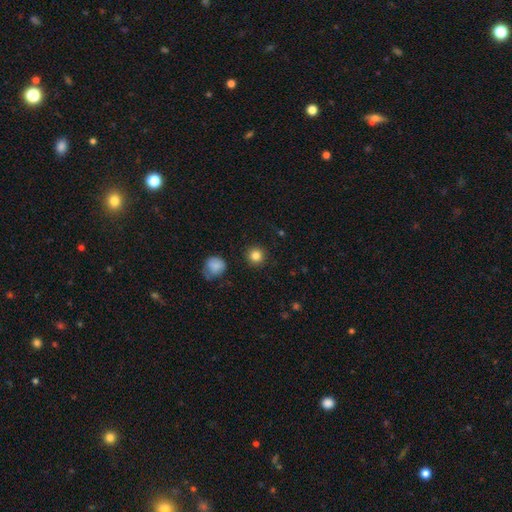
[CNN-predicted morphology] This appears to be a smooth galaxy with no disk features (84%) that is round (94%). Merging: none (90%).